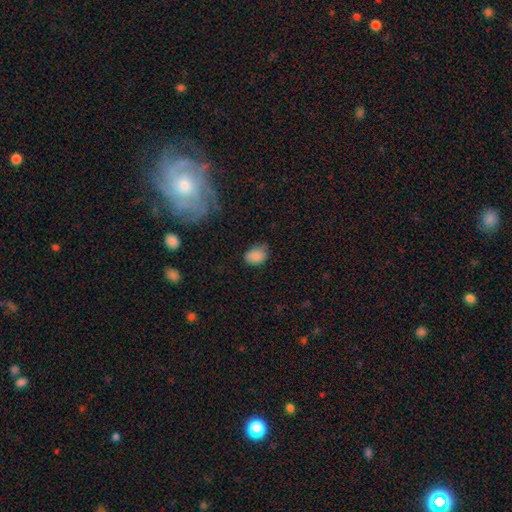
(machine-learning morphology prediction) Smooth or featured: smooth — 85% (star or artifact — 9%)
How rounded: in between — 71% (round — 28%)
Merging: none — 65% (minor disturbance — 28%)